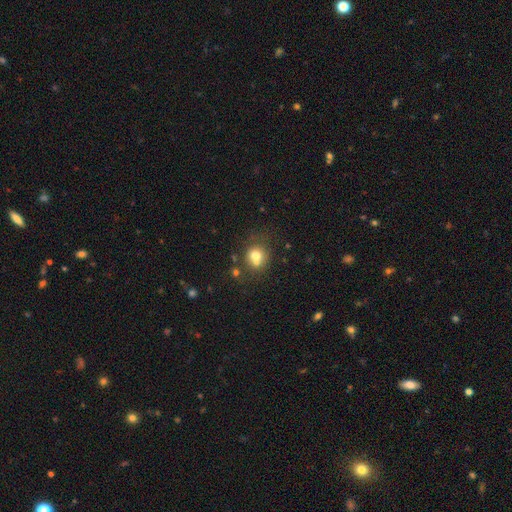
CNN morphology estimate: Smooth or featured?
  - smooth: 71% *
  - featured or disk: 16%
  - star or artifact: 12%
How rounded?
  - round: 81% *
  - in between: 19%
  - cigar-shaped: 1%
Merging?
  - none: 46% *
  - merger: 38%
  - minor disturbance: 11%
  - major disturbance: 5%